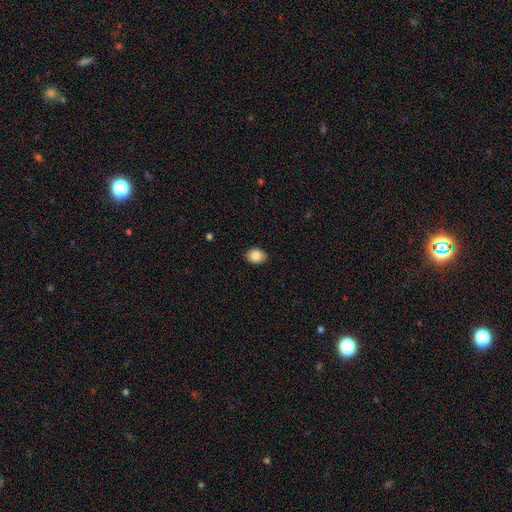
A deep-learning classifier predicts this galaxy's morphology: Smooth or featured? Predicted: smooth (p=0.86). How rounded? Predicted: in between (p=0.71). Merging? Predicted: none (p=0.87).